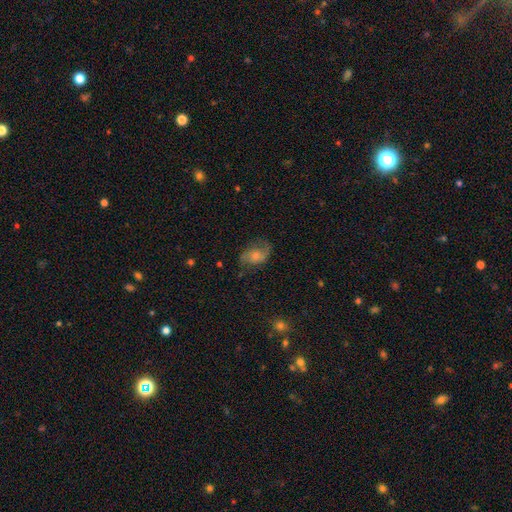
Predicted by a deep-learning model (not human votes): Smooth or featured?
  - featured or disk: 63% *
  - smooth: 25%
  - star or artifact: 12%
Edge-on disk?
  - no: 96% *
  - yes: 4%
Bar?
  - no: 65% *
  - weak: 29%
  - strong: 7%
Spiral arms?
  - yes: 88% *
  - no: 12%
Spiral winding?
  - loose: 44% *
  - medium: 40%
  - tight: 16%
Spiral arm count?
  - 2: 83% *
  - can't tell: 8%
  - 1: 5%
  - 3: 2%
  - 4: 1%
  - more than 4: 1%
Bulge size?
  - moderate: 49% *
  - small: 42%
  - large: 4%
  - none: 4%
  - dominant: 1%
Merging?
  - none: 69% *
  - minor disturbance: 20%
  - major disturbance: 10%
  - merger: 1%